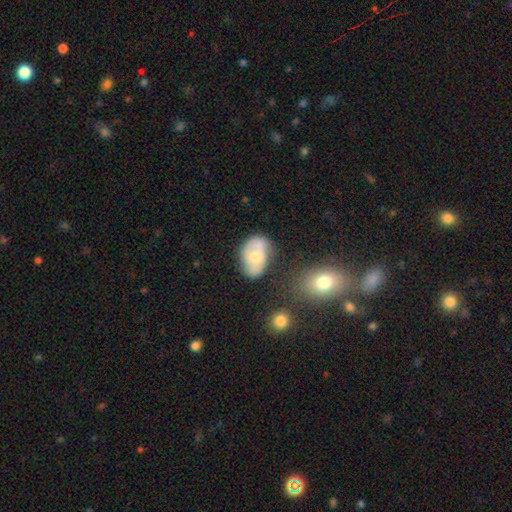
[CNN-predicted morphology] Smooth or featured? smooth (55%)
How rounded? in between (83%)
Merging? none (53%)